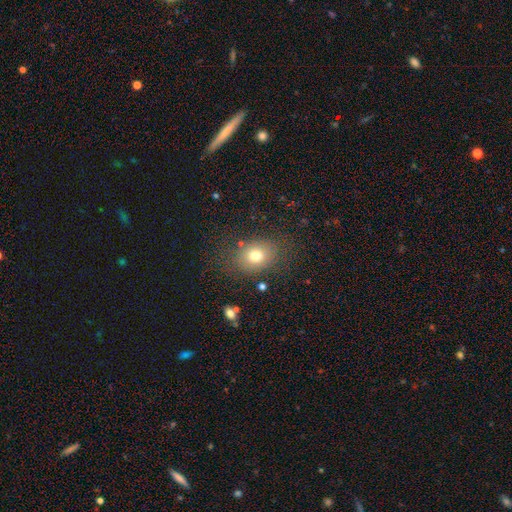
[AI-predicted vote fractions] Q: Smooth or featured?
A: smooth (75%); runner-up: featured or disk (13%)
Q: How rounded?
A: in between (58%); runner-up: round (41%)
Q: Merging?
A: none (78%); runner-up: minor disturbance (13%)